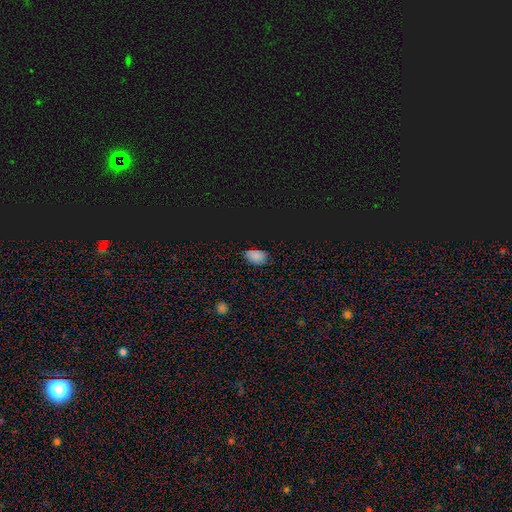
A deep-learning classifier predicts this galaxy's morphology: type=smooth (60%); roundness=in between (84%); merging=none (83%).